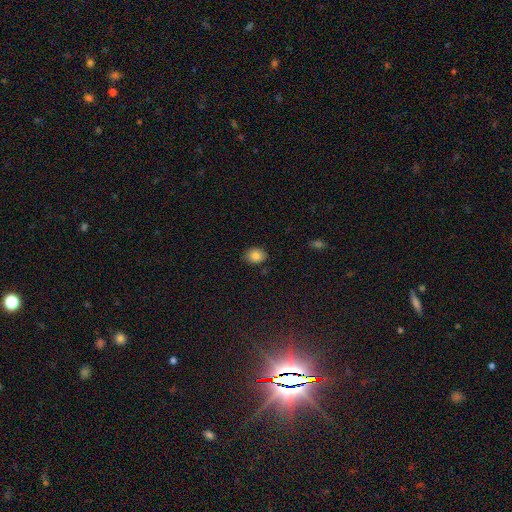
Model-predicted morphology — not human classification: smooth-or-featured: smooth: 84% | star or artifact: 9% | featured or disk: 7%
  how-rounded: in between: 59% | round: 40% | cigar-shaped: 1%
  merging: none: 85% | minor disturbance: 11% | major disturbance: 2% | merger: 1%